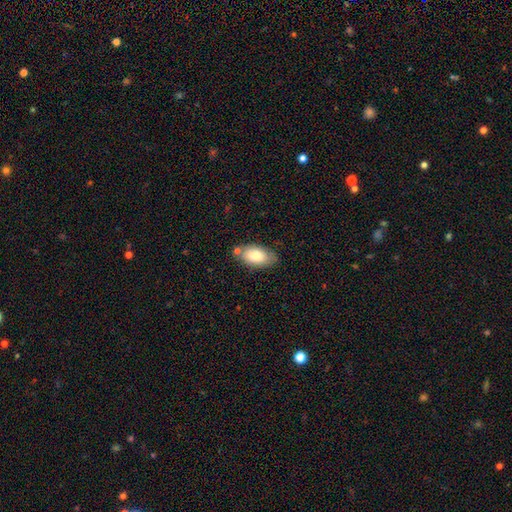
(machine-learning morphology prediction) smooth_or_featured: smooth (p=0.81) [alt: featured or disk p=0.13]
how_rounded: in between (p=0.93) [alt: round p=0.03]
merging: none (p=0.72) [alt: minor disturbance p=0.17]